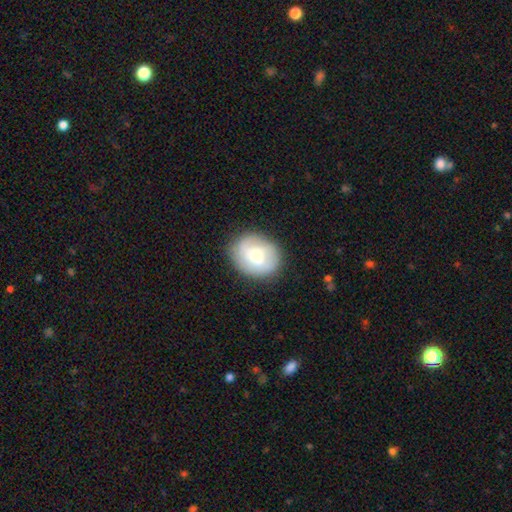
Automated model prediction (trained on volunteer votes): smooth_or_featured: smooth (p=0.57) [alt: featured or disk p=0.36]
how_rounded: round (p=0.54) [alt: in between p=0.45]
merging: none (p=0.80) [alt: minor disturbance p=0.15]